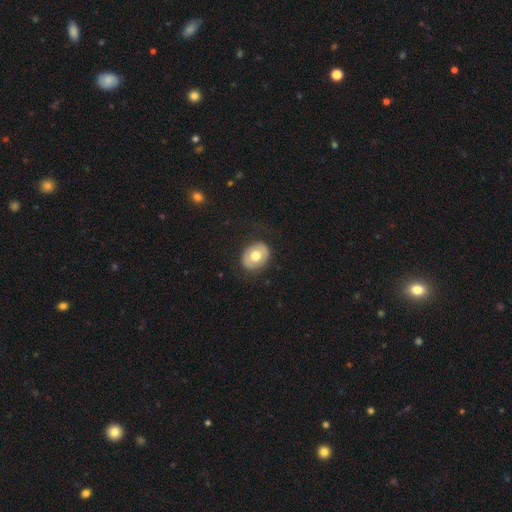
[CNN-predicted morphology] Smooth or featured? Predicted: smooth (p=0.63). How rounded? Predicted: round (p=0.54). Merging? Predicted: none (p=0.81).